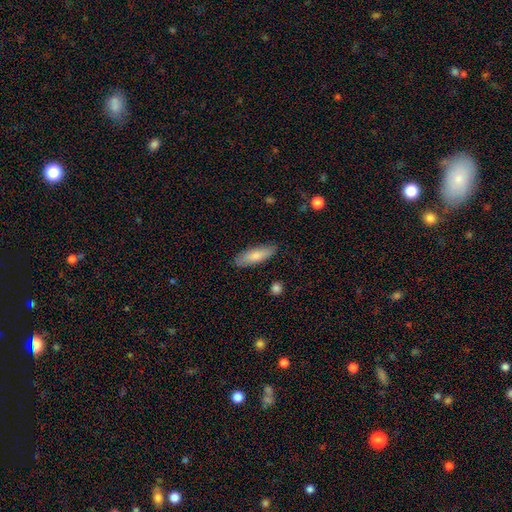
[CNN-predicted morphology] A smooth galaxy with no disk features (78%) that is in between round and cigar-shaped (51%). Merging: none (85%).